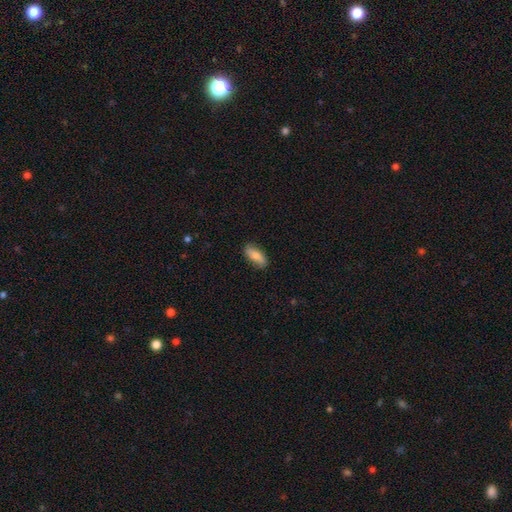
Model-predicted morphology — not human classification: Smooth or featured: smooth — 79% (featured or disk — 15%)
How rounded: in between — 80% (cigar-shaped — 18%)
Merging: none — 83% (minor disturbance — 13%)